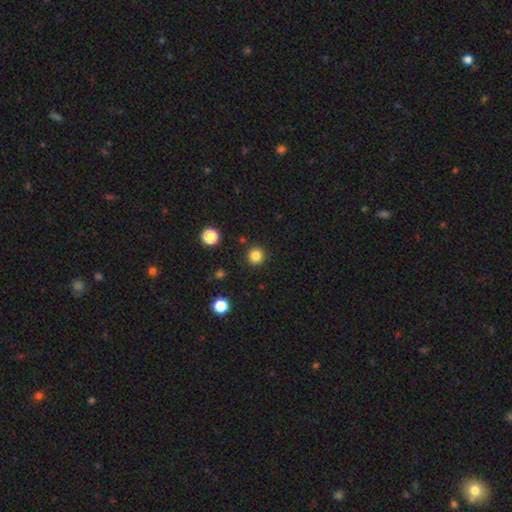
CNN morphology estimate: A smooth galaxy with no disk features (83%) that is round (94%).

Vote fractions:
- Smooth or featured? smooth: 83% / star or artifact: 12% / featured or disk: 4%
- How rounded? round: 94% / in between: 5% / cigar-shaped: 1%
- Merging? none: 91% / minor disturbance: 5% / major disturbance: 2% / merger: 2%